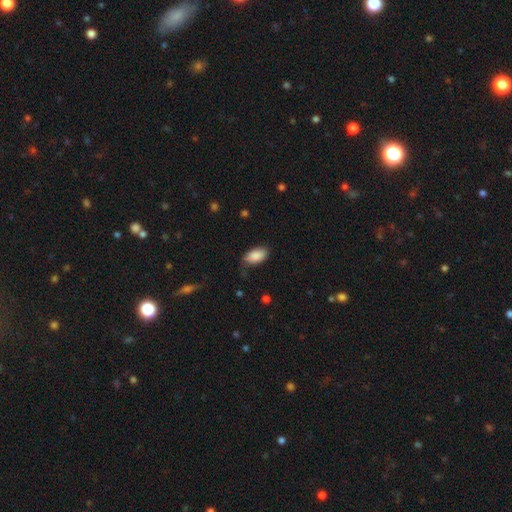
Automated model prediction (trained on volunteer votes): Smooth or featured? smooth (88%)
How rounded? in between (94%)
Merging? none (74%)